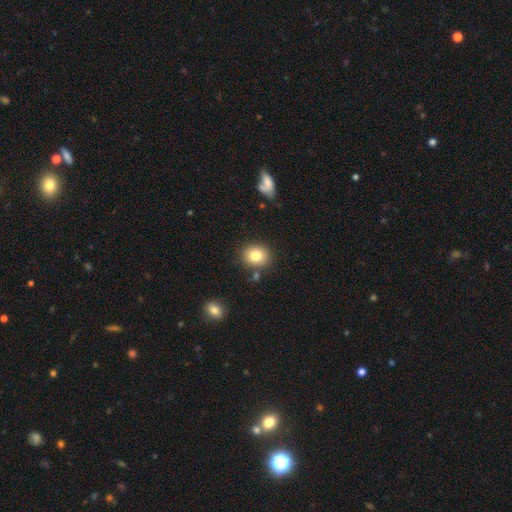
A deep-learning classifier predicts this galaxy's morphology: smooth_or_featured: smooth (p=0.81) [alt: star or artifact p=0.10]
how_rounded: round (p=0.65) [alt: in between p=0.34]
merging: none (p=0.82) [alt: minor disturbance p=0.10]